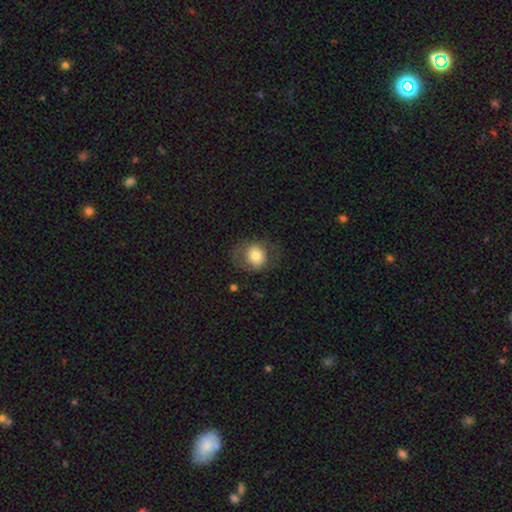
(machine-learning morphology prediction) smooth-or-featured: smooth: 72% | featured or disk: 20% | star or artifact: 8%
  how-rounded: round: 70% | in between: 29% | cigar-shaped: 1%
  merging: none: 69% | minor disturbance: 17% | major disturbance: 13% | merger: 1%